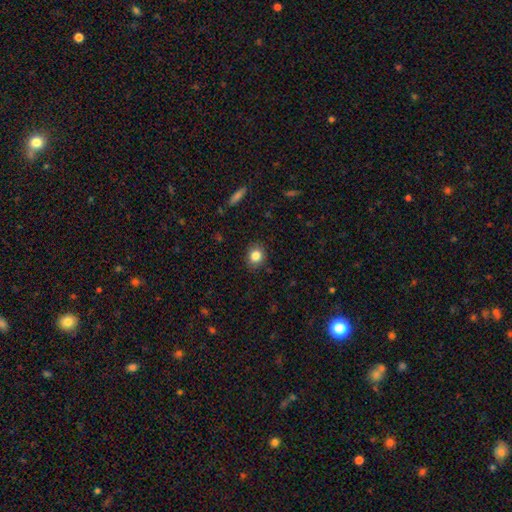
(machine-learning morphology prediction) A smooth galaxy with no disk features (84%) that is round (67%).

Vote fractions:
- Smooth or featured? smooth: 84% / star or artifact: 10% / featured or disk: 6%
- How rounded? round: 67% / in between: 32% / cigar-shaped: 1%
- Merging? none: 87% / minor disturbance: 10% / major disturbance: 2% / merger: 1%